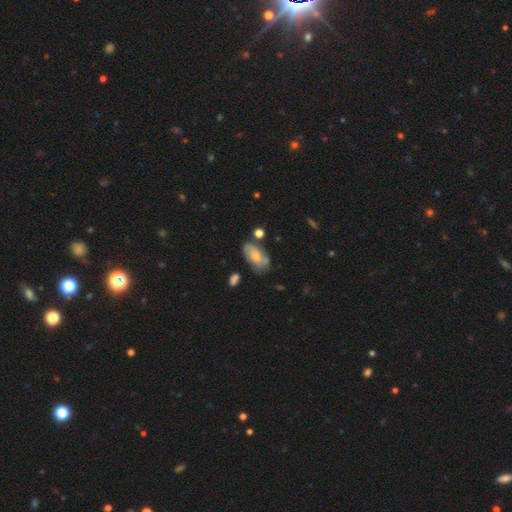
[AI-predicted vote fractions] Morphology: type=smooth (62%); roundness=in between (92%); merging=none (59%).